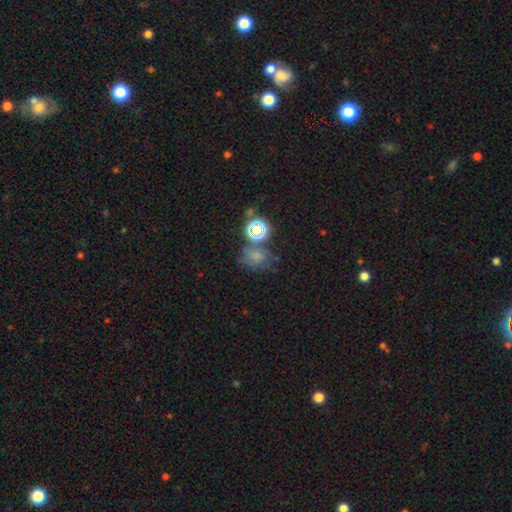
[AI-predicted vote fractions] Morphology: type=smooth (55%); roundness=round (59%); merging=none (52%).